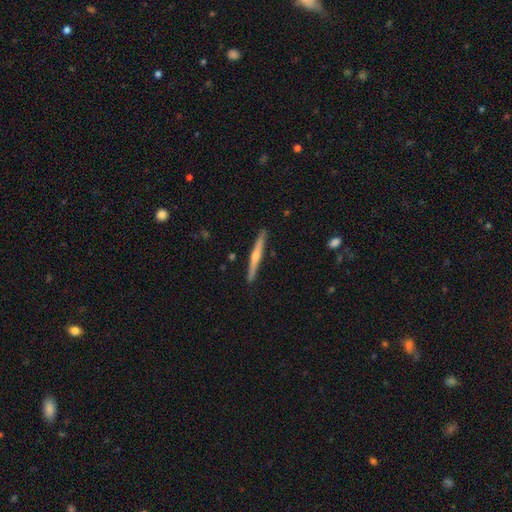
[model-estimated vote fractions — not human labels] Q: Smooth or featured?
A: featured or disk (69%); runner-up: smooth (24%)
Q: Edge-on disk?
A: yes (97%); runner-up: no (3%)
Q: Edge-on bulge?
A: rounded (76%); runner-up: none (18%)
Q: Merging?
A: none (90%); runner-up: minor disturbance (7%)